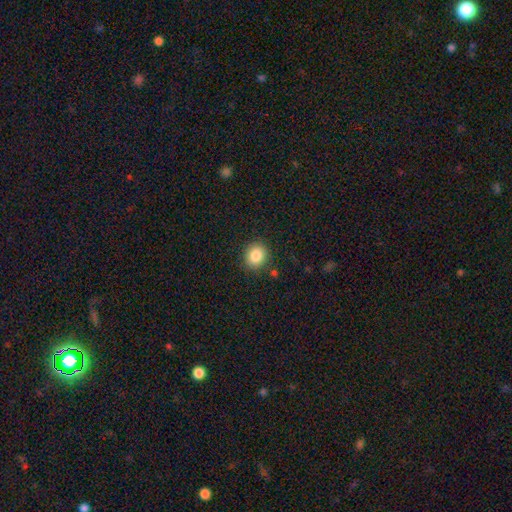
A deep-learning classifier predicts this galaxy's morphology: smooth 85%, star or artifact 10%, featured or disk 6%. Down the decision tree: how rounded — round (75%); merging — none (87%).